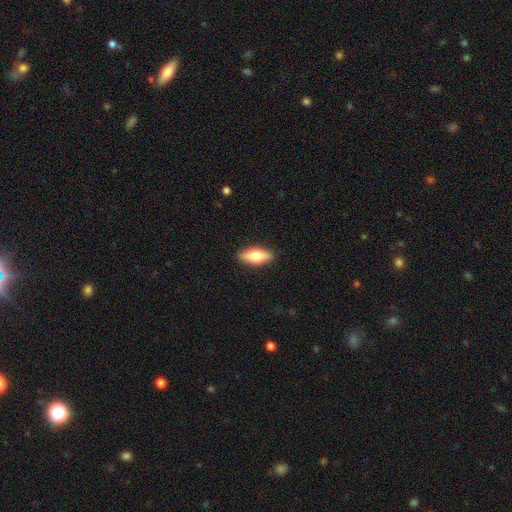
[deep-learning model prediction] This is likely a smooth galaxy (67%). How rounded: likely in between (77%). Merging: clearly none (89%).